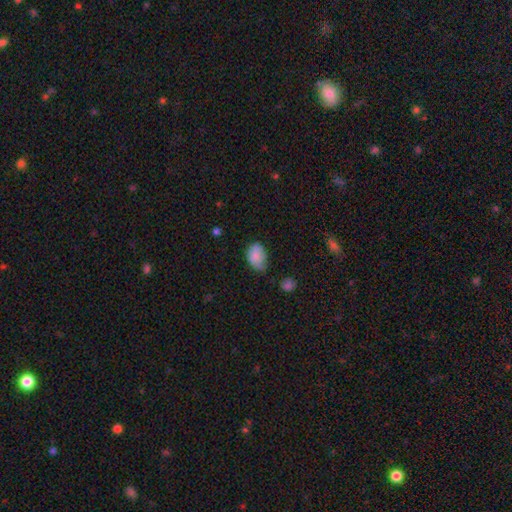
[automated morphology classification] Smooth or featured? Predicted: smooth (p=0.81). How rounded? Predicted: in between (p=0.83). Merging? Predicted: none (p=0.42, tied with minor disturbance).